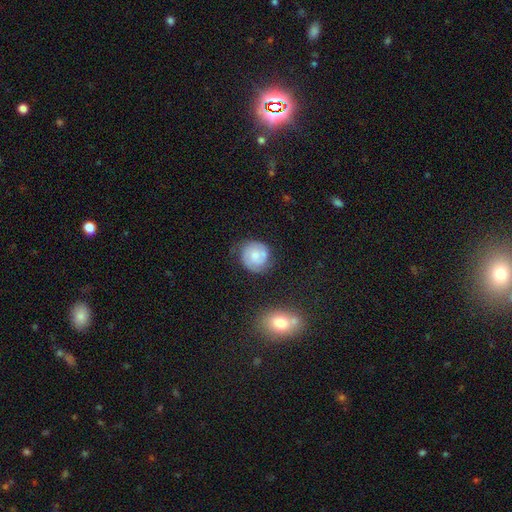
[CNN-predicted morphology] Smooth or featured: featured or disk — 53% (smooth — 39%)
Edge-on disk: no — 98% (yes — 2%)
Bar: no — 73% (weak — 23%)
Spiral arms: yes — 85% (no — 15%)
Bulge size: moderate — 45% (small — 42%)
Merging: none — 70% (minor disturbance — 20%)